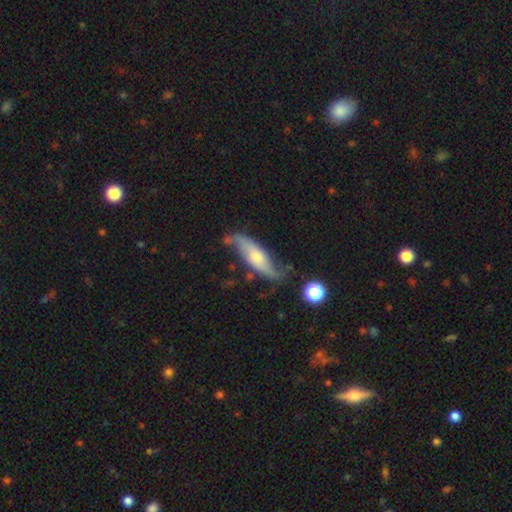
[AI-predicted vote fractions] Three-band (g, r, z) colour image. It shows a featured or disk galaxy (72%). Merging: none (68%).